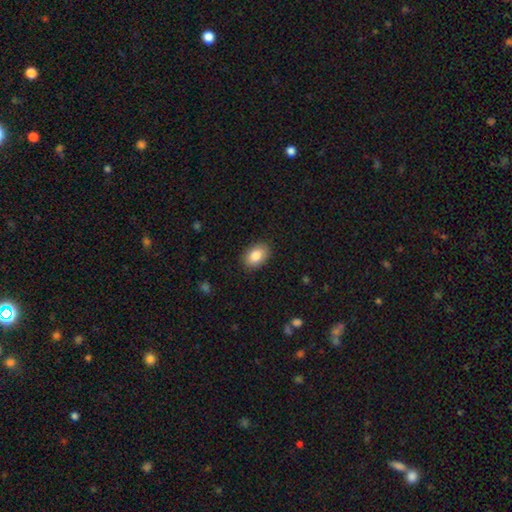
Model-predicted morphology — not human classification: This appears to be a smooth galaxy with no disk features (85%) that is in between round and cigar-shaped (85%). Merging: none (88%).